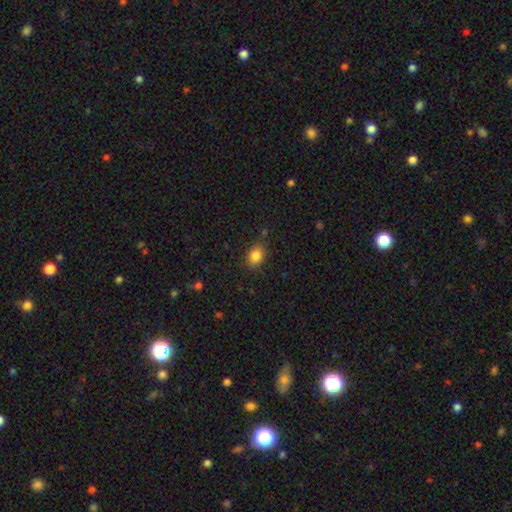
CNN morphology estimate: A smooth galaxy with no disk features (84%) that is in between round and cigar-shaped (63%).

Vote fractions:
- Smooth or featured? smooth: 84% / star or artifact: 10% / featured or disk: 6%
- How rounded? in between: 63% / round: 36% / cigar-shaped: 1%
- Merging? none: 81% / minor disturbance: 14% / major disturbance: 3% / merger: 2%